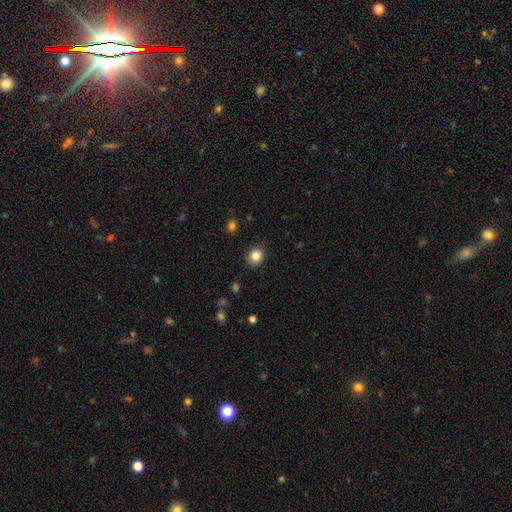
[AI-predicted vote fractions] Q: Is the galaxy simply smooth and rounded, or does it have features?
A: smooth — 84%.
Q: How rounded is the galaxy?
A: round — 69%.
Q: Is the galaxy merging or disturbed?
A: none — 86%.